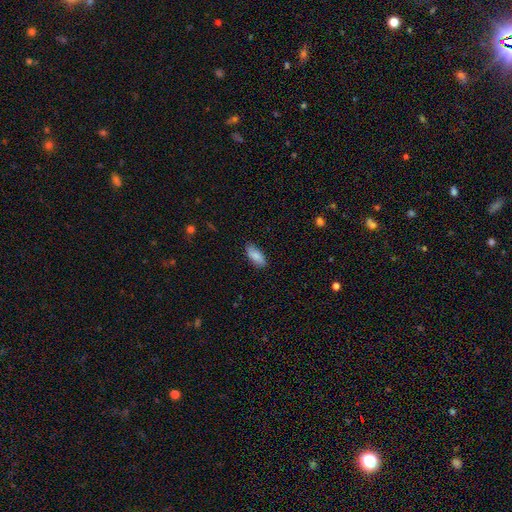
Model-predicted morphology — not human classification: Smooth or featured? smooth (84%)
How rounded? in between (82%)
Merging? none (84%)